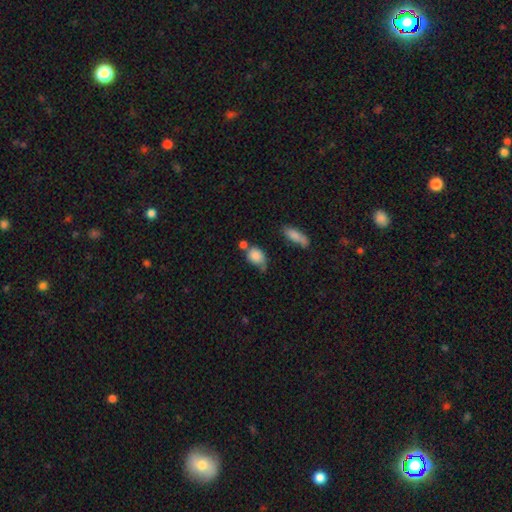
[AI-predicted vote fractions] smooth-or-featured: smooth: 83% | featured or disk: 9% | star or artifact: 8%
  how-rounded: in between: 58% | round: 40% | cigar-shaped: 2%
  merging: none: 36% | minor disturbance: 29% | merger: 20% | major disturbance: 14%